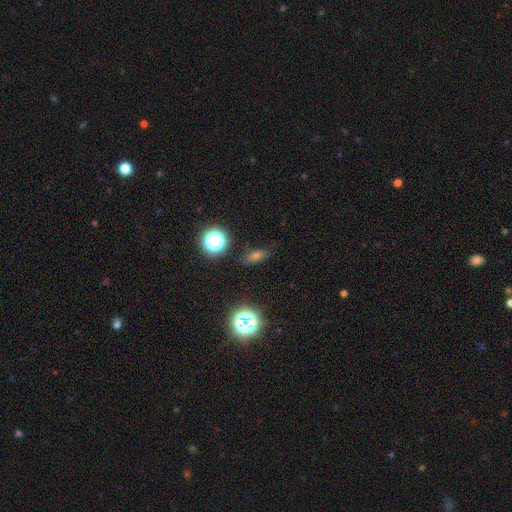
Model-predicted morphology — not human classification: This appears to be a smooth galaxy with no disk features (54%) that is in between round and cigar-shaped (61%). Merging: none (84%).